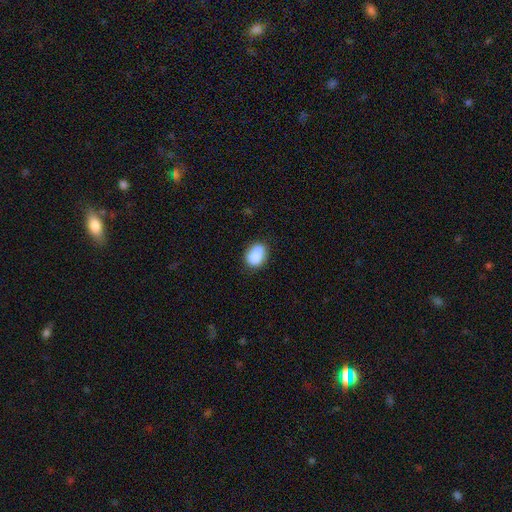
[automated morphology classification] type=smooth (88%); roundness=in between (72%); merging=none (76%).